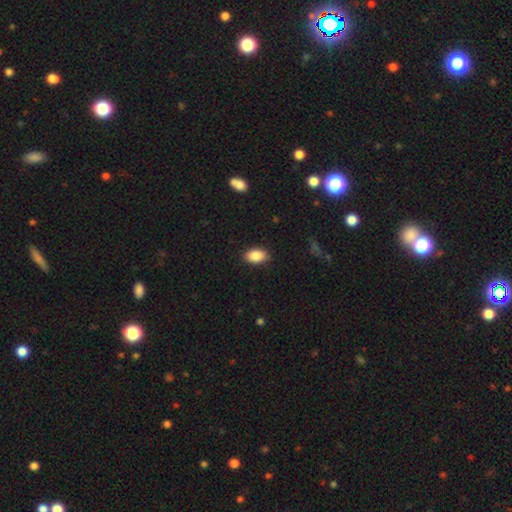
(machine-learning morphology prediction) smooth-or-featured: smooth: 89% | star or artifact: 7% | featured or disk: 4%
  how-rounded: in between: 92% | round: 7% | cigar-shaped: 2%
  merging: none: 88% | minor disturbance: 9% | major disturbance: 2% | merger: 1%